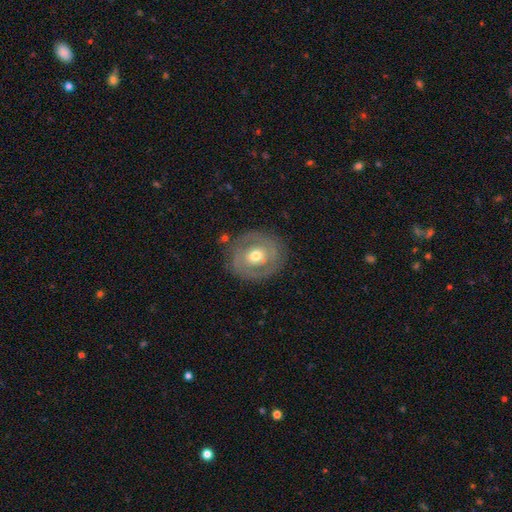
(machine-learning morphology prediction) Smooth or featured? featured or disk (63%)
Edge-on disk? no (96%)
Bar? no (67%)
Spiral arms? yes (50%, tied with no)
Bulge size? moderate (73%)
Merging? none (79%)